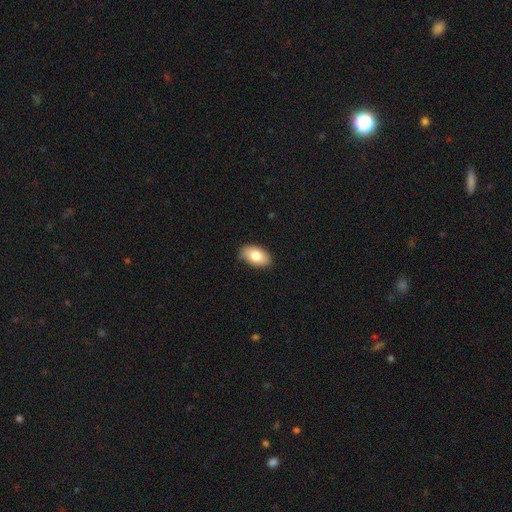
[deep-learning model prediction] This appears to be a smooth galaxy with no disk features (79%) that is in between round and cigar-shaped (92%). Merging: none (84%).